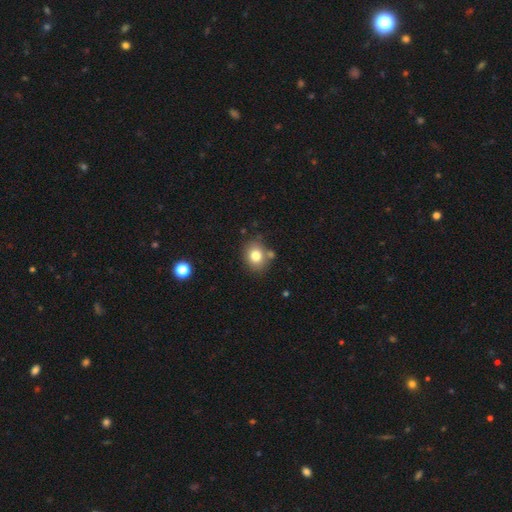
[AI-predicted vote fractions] A smooth galaxy with no disk features (80%) that is round (62%). Merging: none (72%).